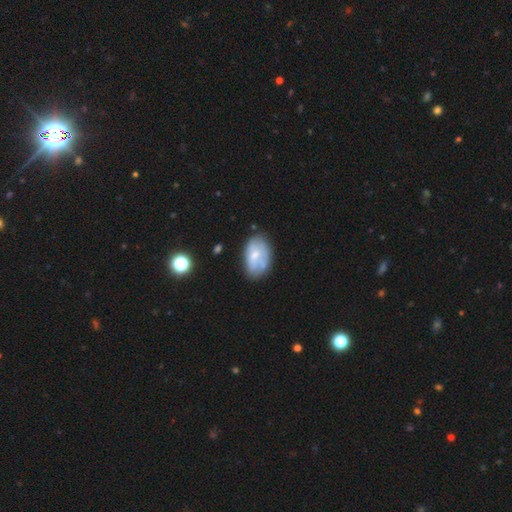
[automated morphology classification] Smooth or featured? Predicted: smooth (p=0.49). Merging? Predicted: none (p=0.56).